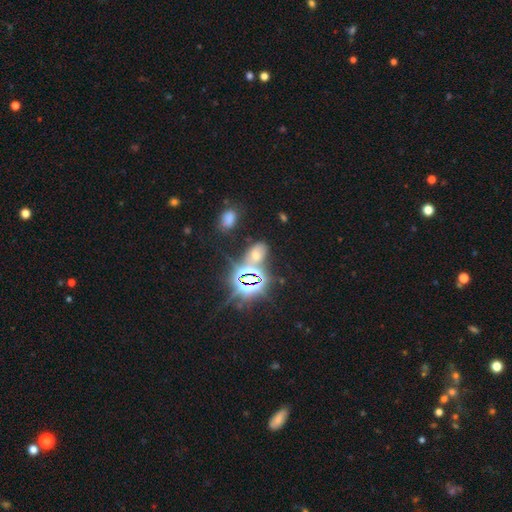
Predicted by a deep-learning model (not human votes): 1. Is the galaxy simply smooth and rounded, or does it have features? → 56% star or artifact, 32% smooth, 12% featured or disk.